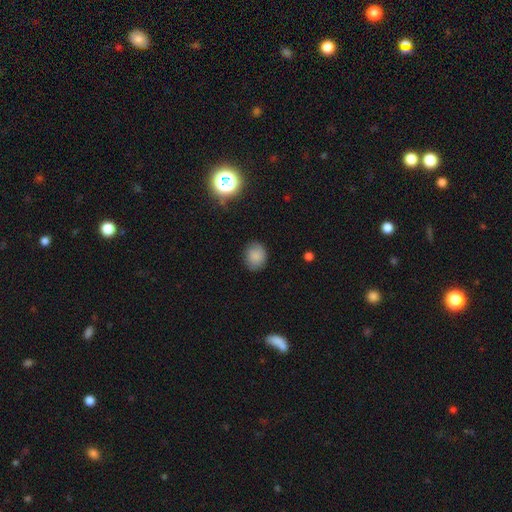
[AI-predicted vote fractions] smooth-or-featured: smooth: 83% | star or artifact: 11% | featured or disk: 6%
  how-rounded: round: 70% | in between: 29% | cigar-shaped: 1%
  merging: none: 83% | minor disturbance: 13% | major disturbance: 3% | merger: 1%